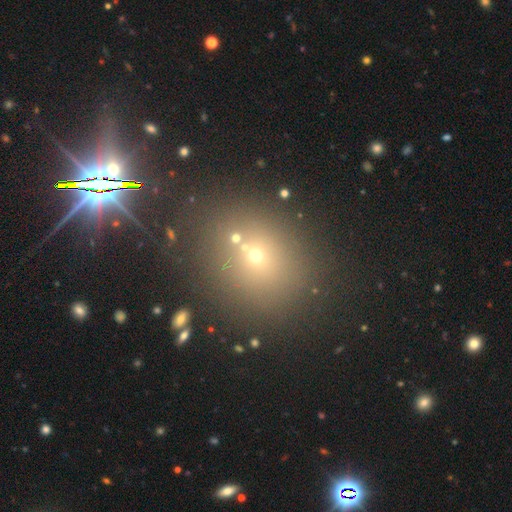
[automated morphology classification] This appears to be a star or artifact, not a galaxy (45%).